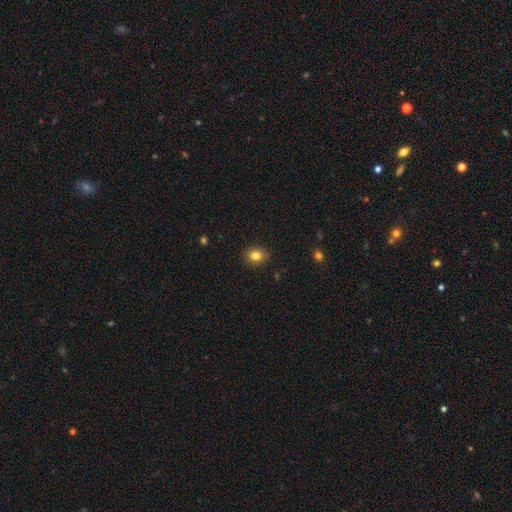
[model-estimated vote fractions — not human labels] Q: Smooth or featured?
A: smooth (83%); runner-up: star or artifact (11%)
Q: How rounded?
A: round (67%); runner-up: in between (32%)
Q: Merging?
A: none (90%); runner-up: minor disturbance (7%)